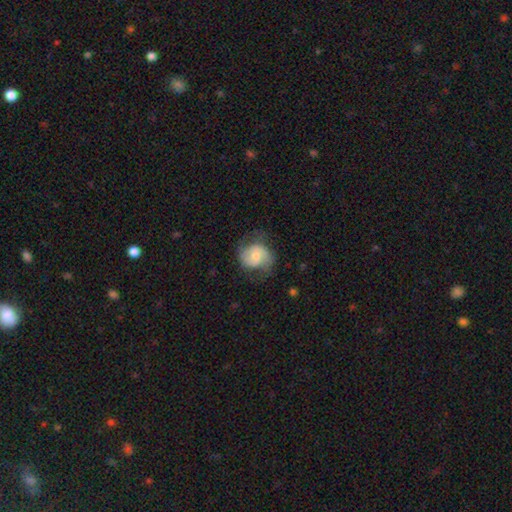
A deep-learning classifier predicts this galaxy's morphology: Smooth or featured: featured or disk — 57% (smooth — 36%)
Edge-on disk: no — 98% (yes — 2%)
Bar: no — 63% (weak — 32%)
Spiral arms: yes — 89% (no — 11%)
Bulge size: small — 44% (moderate — 41%)
Merging: none — 60% (minor disturbance — 25%)